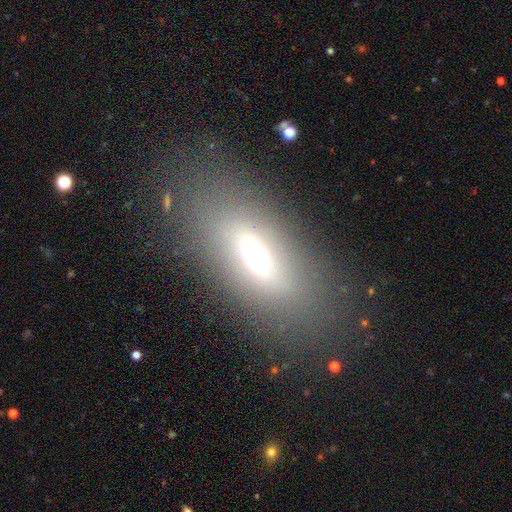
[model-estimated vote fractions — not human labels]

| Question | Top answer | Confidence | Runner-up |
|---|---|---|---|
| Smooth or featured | smooth | 56% | featured or disk (26%) |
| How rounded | in between | 79% | cigar-shaped (14%) |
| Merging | none | 75% | minor disturbance (12%) |